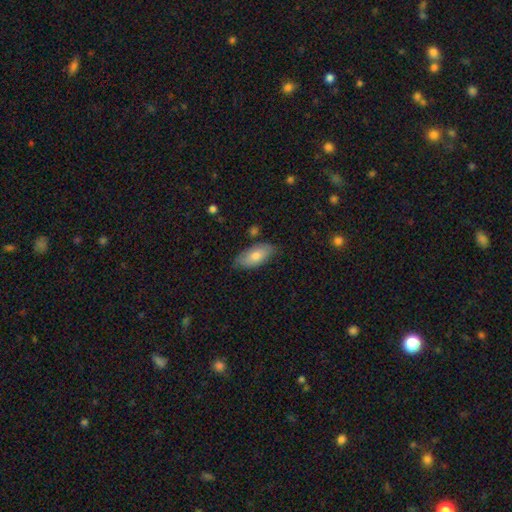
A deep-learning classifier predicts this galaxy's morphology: This appears to be a smooth galaxy with no disk features (73%) that is in between round and cigar-shaped (89%). Merging: none (77%).